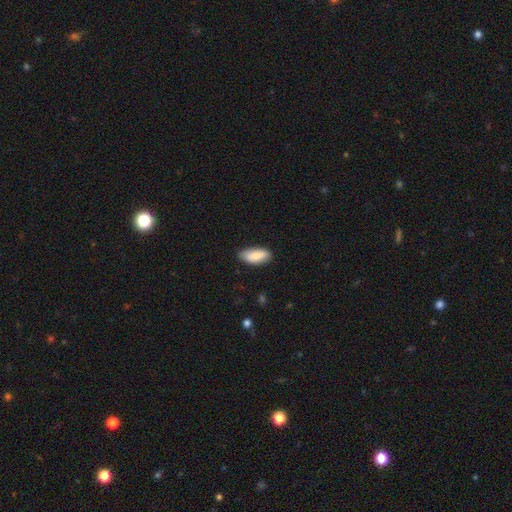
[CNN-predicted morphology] Smooth or featured? Predicted: smooth (p=0.81). How rounded? Predicted: in between (p=0.86). Merging? Predicted: none (p=0.80).